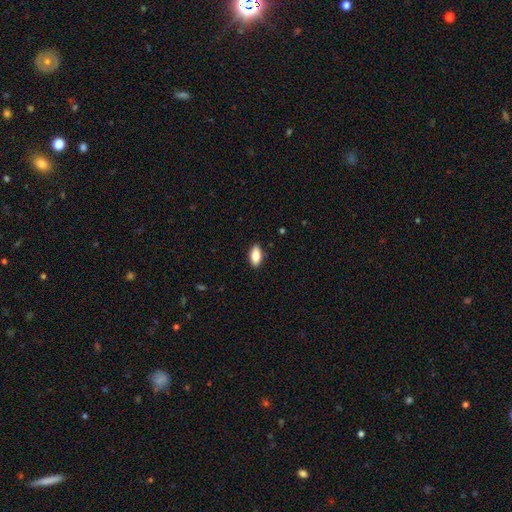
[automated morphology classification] Smooth or featured?
  - smooth: 82% *
  - featured or disk: 11%
  - star or artifact: 7%
How rounded?
  - in between: 88% *
  - cigar-shaped: 9%
  - round: 3%
Merging?
  - none: 89% *
  - minor disturbance: 9%
  - major disturbance: 2%
  - merger: 1%